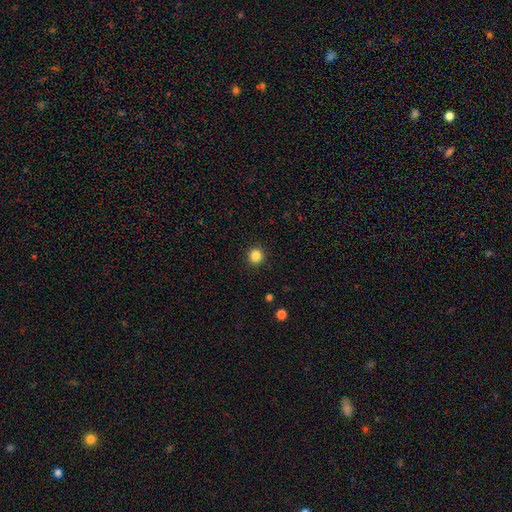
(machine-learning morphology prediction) Overall: smooth (84%). How rounded: round (93%). Merging: none (93%).